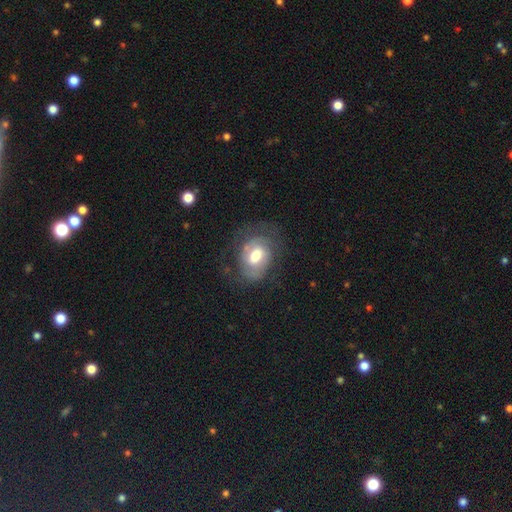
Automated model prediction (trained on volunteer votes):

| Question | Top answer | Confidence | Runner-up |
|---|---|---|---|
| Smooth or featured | featured or disk | 61% | smooth (31%) |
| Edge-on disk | no | 96% | yes (4%) |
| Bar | no | 47% | weak (42%) |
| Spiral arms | yes | 75% | no (25%) |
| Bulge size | moderate | 50% | large (36%) |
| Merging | none | 59% | minor disturbance (22%) |